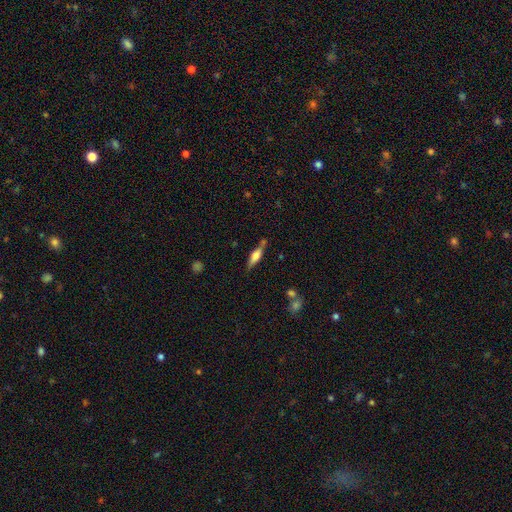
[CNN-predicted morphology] Q: Smooth or featured?
A: featured or disk (49%); runner-up: smooth (44%)
Q: Merging?
A: none (74%); runner-up: minor disturbance (16%)